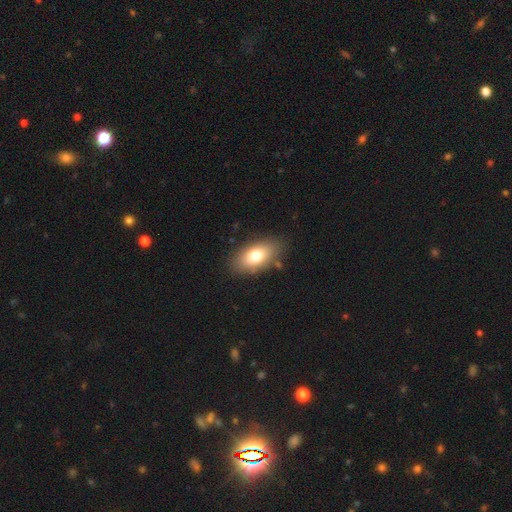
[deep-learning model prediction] smooth 76%, featured or disk 16%, star or artifact 8%. Down the decision tree: how rounded — in between (90%); merging — none (82%).